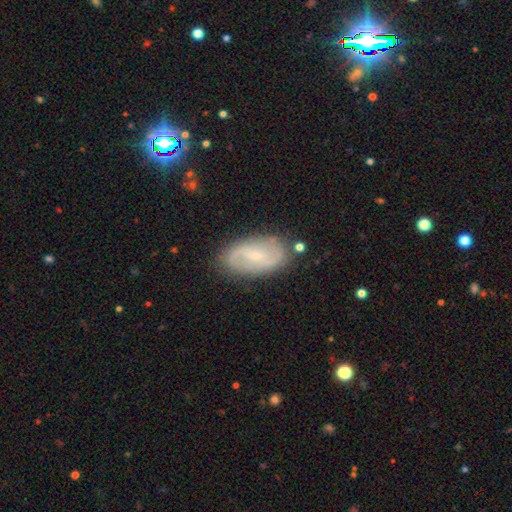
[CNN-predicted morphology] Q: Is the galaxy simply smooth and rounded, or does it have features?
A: featured or disk — 70%.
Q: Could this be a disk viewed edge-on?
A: no — 96%.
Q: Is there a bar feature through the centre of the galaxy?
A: weak — 55%.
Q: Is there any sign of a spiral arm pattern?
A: yes — 89%.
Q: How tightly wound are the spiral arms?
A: medium — 44%.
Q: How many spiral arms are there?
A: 2 — 82%.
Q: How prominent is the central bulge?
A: small — 65%.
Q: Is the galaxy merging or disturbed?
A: none — 79%.